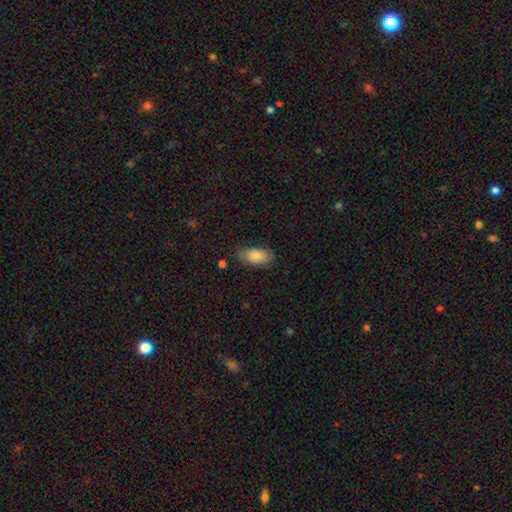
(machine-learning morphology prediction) Smooth or featured: smooth — 84% (featured or disk — 9%)
How rounded: in between — 91% (cigar-shaped — 4%)
Merging: none — 74% (minor disturbance — 19%)